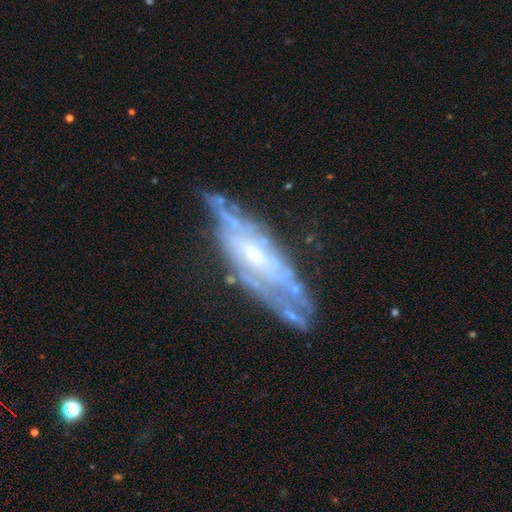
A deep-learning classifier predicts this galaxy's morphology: type=featured or disk (77%); edge-on=no (71%); bar=no (57%); spiral arms=yes (67%); bulge=small (51%); merging=none (52%).